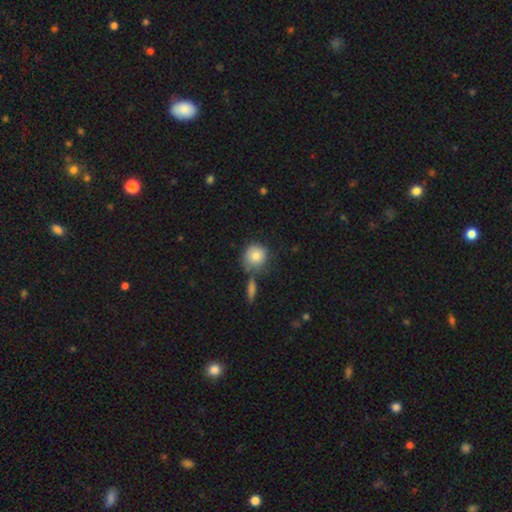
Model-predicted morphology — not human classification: This is clearly a smooth galaxy (82%). How rounded: clearly round (88%). Merging: possibly none (59%).